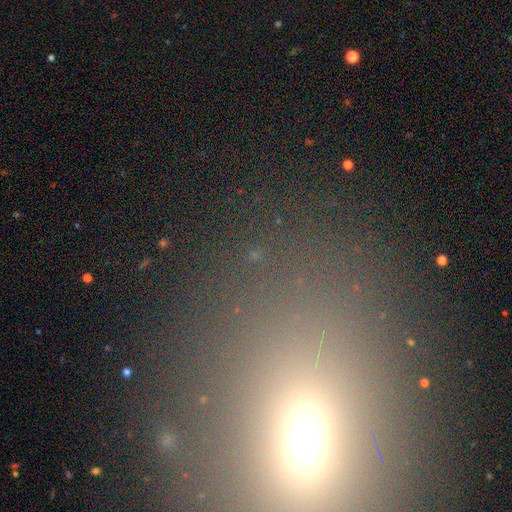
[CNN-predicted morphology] This is likely a star or artifact rather than a galaxy (67%).